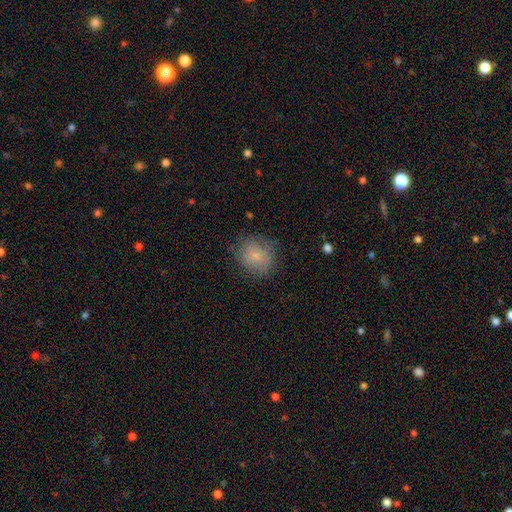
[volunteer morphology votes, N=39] A smooth galaxy with no disk features (56%) that is in between round and cigar-shaped (64%). Merging: none (50%).